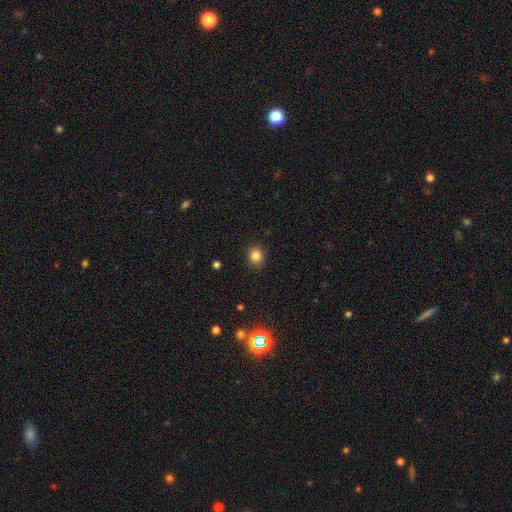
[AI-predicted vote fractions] smooth-or-featured: smooth: 83% | star or artifact: 12% | featured or disk: 5%
  how-rounded: round: 80% | in between: 19% | cigar-shaped: 1%
  merging: none: 90% | minor disturbance: 7% | major disturbance: 2% | merger: 1%